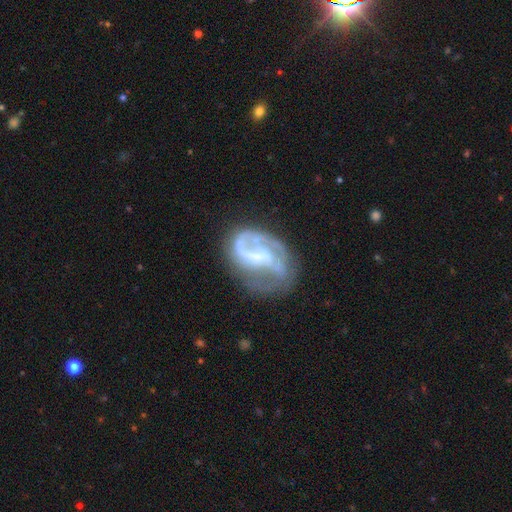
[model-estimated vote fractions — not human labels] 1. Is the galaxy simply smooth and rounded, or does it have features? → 78% featured or disk, 14% smooth, 8% star or artifact.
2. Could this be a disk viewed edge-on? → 98% no, 2% yes.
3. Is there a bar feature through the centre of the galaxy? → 46% weak, 29% no, 25% strong.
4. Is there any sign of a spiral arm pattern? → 80% yes, 20% no.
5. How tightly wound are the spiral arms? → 41% medium, 38% loose, 22% tight.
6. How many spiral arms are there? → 43% 2, 23% 1, 21% can't tell, 8% 3, 3% 4, 2% more than 4.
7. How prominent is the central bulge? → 37% small, 33% none, 25% moderate, 4% large, 1% dominant.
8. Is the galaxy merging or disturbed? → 42% none, 31% major disturbance, 22% minor disturbance, 4% merger.